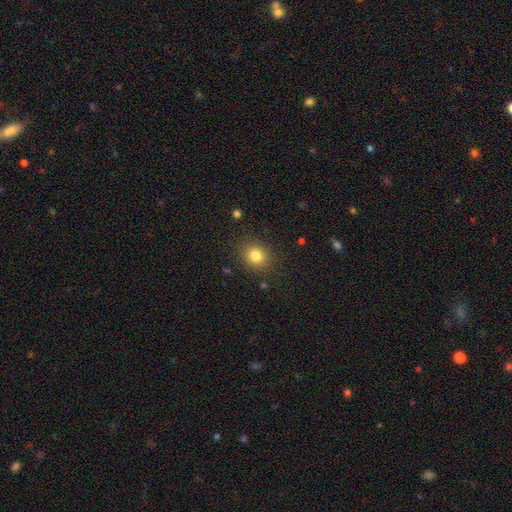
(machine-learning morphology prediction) smooth 82%, star or artifact 12%, featured or disk 6%. Down the decision tree: how rounded — round (71%); merging — none (87%).